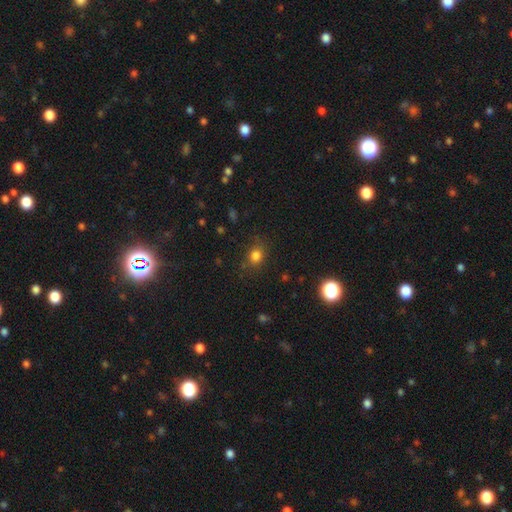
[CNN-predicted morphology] Smooth or featured?
  - smooth: 80% *
  - star or artifact: 14%
  - featured or disk: 6%
How rounded?
  - round: 63% *
  - in between: 35%
  - cigar-shaped: 1%
Merging?
  - none: 77% *
  - minor disturbance: 16%
  - major disturbance: 6%
  - merger: 2%